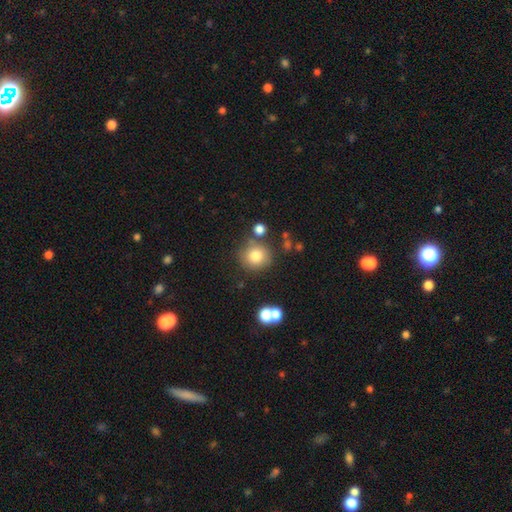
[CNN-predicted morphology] Overall: smooth (79%). How rounded: round (89%). Merging: none (74%).